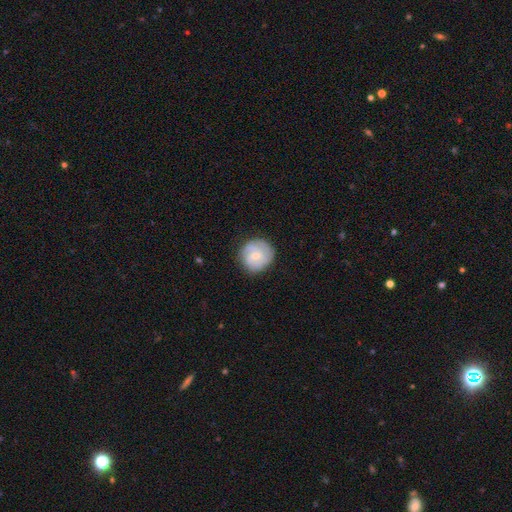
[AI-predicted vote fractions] Smooth or featured? featured or disk (63%)
Edge-on disk? no (98%)
Bar? no (54%)
Spiral arms? yes (91%)
Spiral winding? tight (59%)
Spiral arm count? can't tell (29%)
Bulge size? small (64%)
Merging? none (81%)